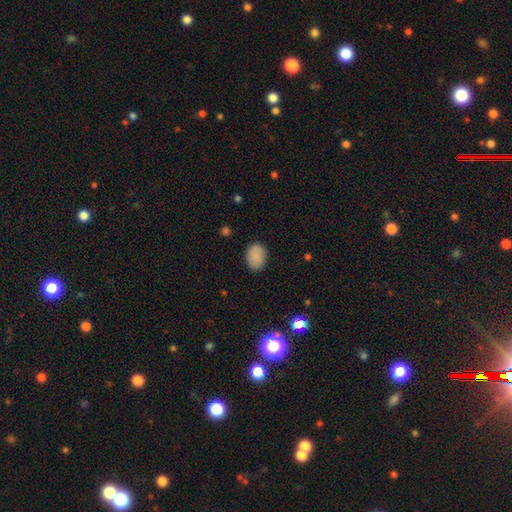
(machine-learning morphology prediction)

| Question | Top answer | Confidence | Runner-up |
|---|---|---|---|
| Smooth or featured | smooth | 88% | star or artifact (8%) |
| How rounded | in between | 73% | round (26%) |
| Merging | none | 86% | minor disturbance (10%) |